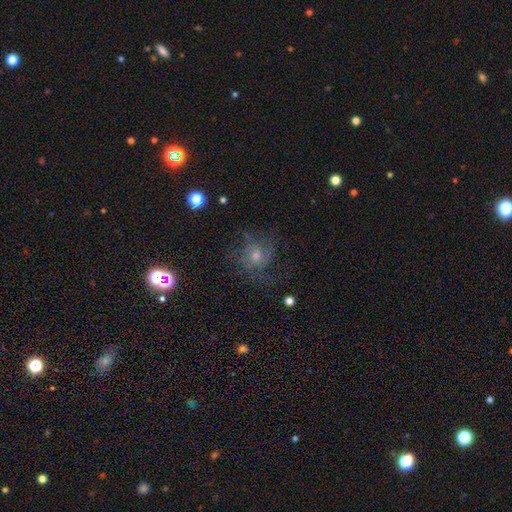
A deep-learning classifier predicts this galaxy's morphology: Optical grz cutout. It shows a featured or disk galaxy (50%). Merging: none (65%).